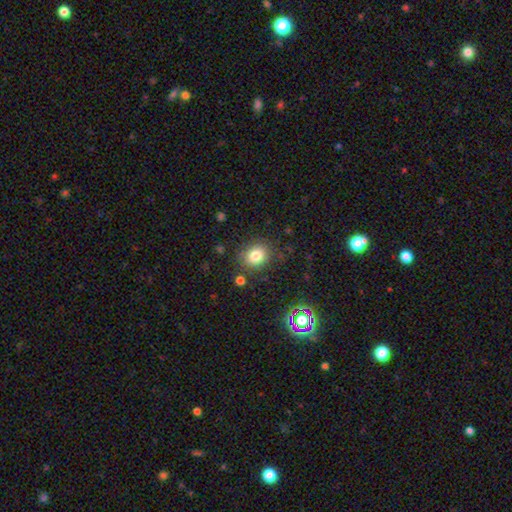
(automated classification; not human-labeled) This appears to be a smooth galaxy with no disk features (80%) that is round (66%). Merging: none (82%).